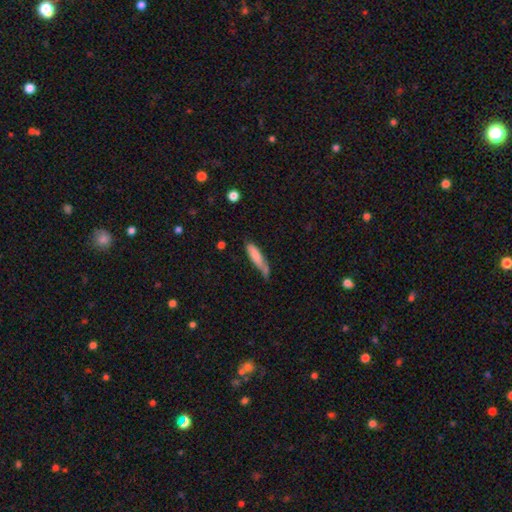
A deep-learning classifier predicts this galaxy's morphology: smooth_or_featured: smooth (p=0.77) [alt: featured or disk p=0.16]
how_rounded: cigar-shaped (p=0.75) [alt: in between p=0.24]
merging: none (p=0.43) [alt: minor disturbance p=0.35]